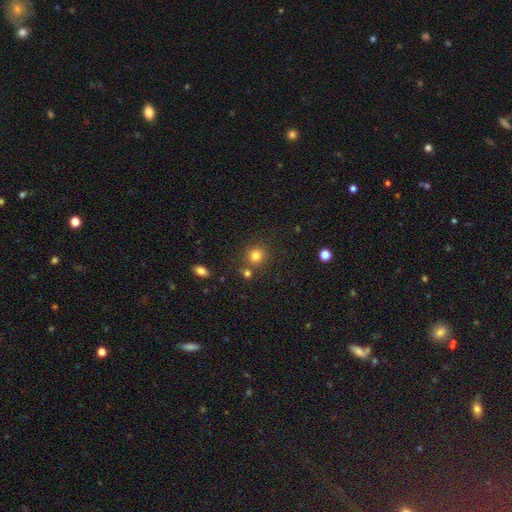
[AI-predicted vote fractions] Smooth or featured?
  - smooth: 80% *
  - star or artifact: 14%
  - featured or disk: 6%
How rounded?
  - round: 87% *
  - in between: 12%
  - cigar-shaped: 1%
Merging?
  - none: 76% *
  - merger: 12%
  - minor disturbance: 9%
  - major disturbance: 3%